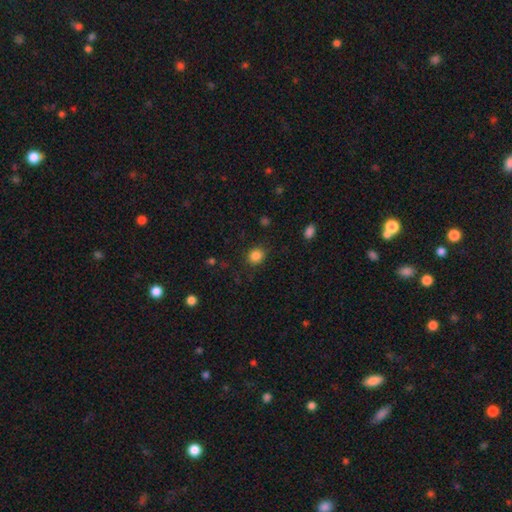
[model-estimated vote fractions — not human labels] This appears to be a smooth galaxy with no disk features (85%) that is round (74%). Merging: none (86%).